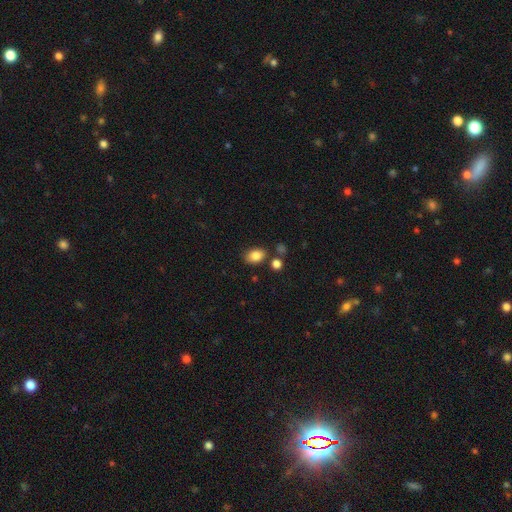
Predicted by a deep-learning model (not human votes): smooth-or-featured: smooth: 83% | star or artifact: 9% | featured or disk: 7%
  how-rounded: in between: 75% | round: 24% | cigar-shaped: 1%
  merging: none: 77% | minor disturbance: 12% | merger: 8% | major disturbance: 3%